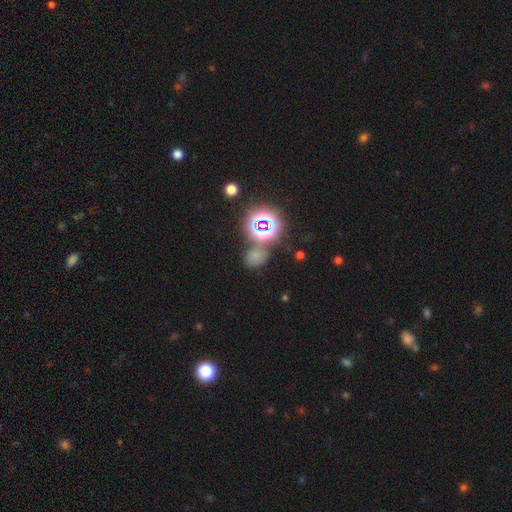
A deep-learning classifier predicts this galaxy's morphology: smooth-or-featured: smooth: 54% | star or artifact: 39% | featured or disk: 7%
  how-rounded: round: 54% | in between: 44% | cigar-shaped: 2%
  merging: none: 63% | merger: 17% | minor disturbance: 14% | major disturbance: 6%